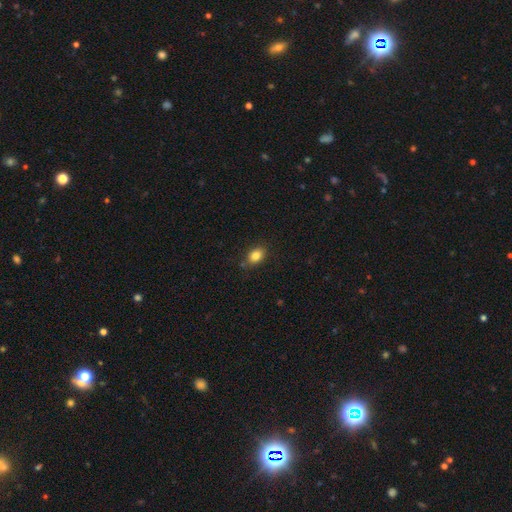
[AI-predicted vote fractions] smooth-or-featured: smooth: 84% | star or artifact: 10% | featured or disk: 6%
  how-rounded: in between: 73% | round: 25% | cigar-shaped: 1%
  merging: none: 80% | minor disturbance: 14% | major disturbance: 3% | merger: 3%